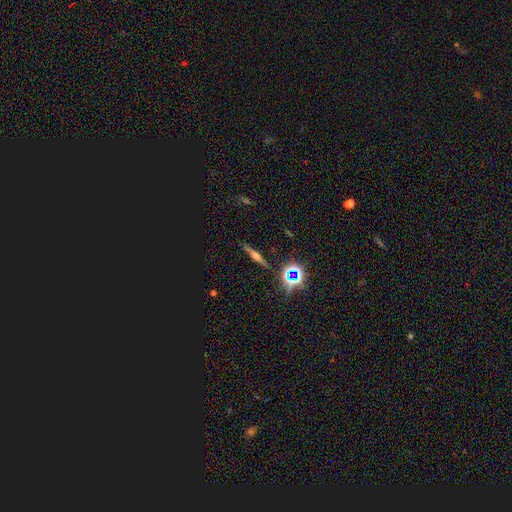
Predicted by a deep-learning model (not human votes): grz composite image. It shows a featured or disk galaxy (50%) viewed edge-on (94%). Merging: none (86%).